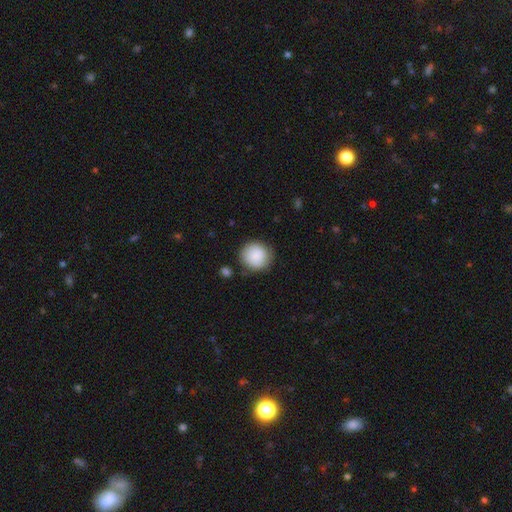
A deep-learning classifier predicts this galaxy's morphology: Smooth or featured? smooth (88%)
How rounded? round (90%)
Merging? none (84%)